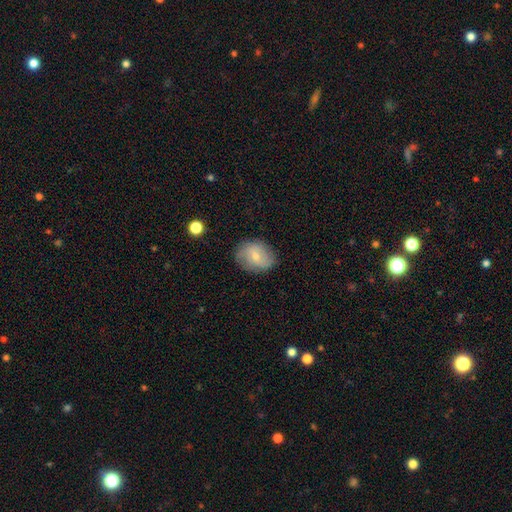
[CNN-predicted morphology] Smooth or featured? smooth (64%)
How rounded? in between (56%)
Merging? none (79%)